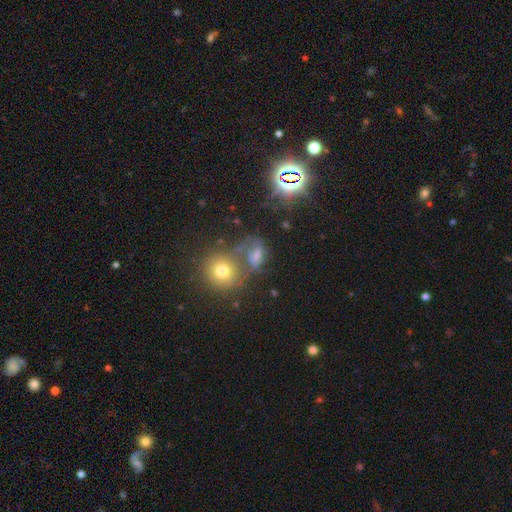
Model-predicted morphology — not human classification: Smooth or featured?
  - smooth: 47% *
  - star or artifact: 27%
  - featured or disk: 26%
Merging?
  - none: 38% *
  - merger: 29%
  - minor disturbance: 16%
  - major disturbance: 16%